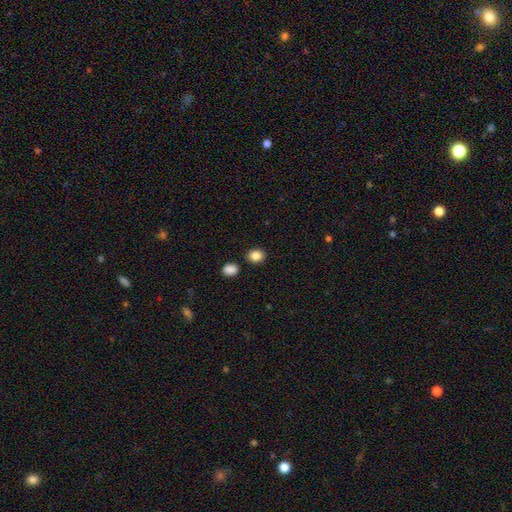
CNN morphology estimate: A smooth galaxy with no disk features (87%) that is round (51%). Merging: none (85%).